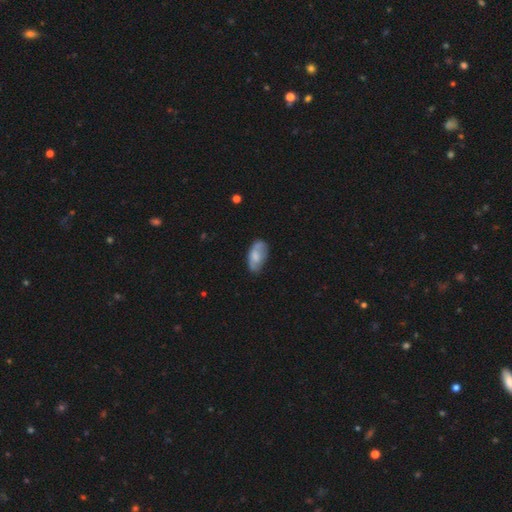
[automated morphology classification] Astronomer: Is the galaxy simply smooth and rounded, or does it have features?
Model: smooth — 68%.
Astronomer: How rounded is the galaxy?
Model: in between — 93%.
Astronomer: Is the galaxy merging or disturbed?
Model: none — 61%.